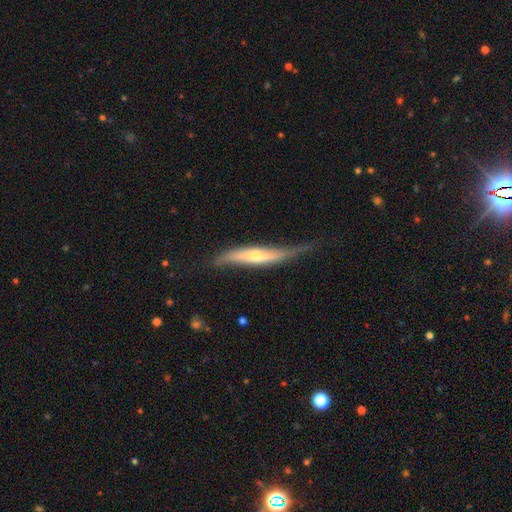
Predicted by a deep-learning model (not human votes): Smooth or featured? Predicted: featured or disk (p=0.68). Edge-on disk? Predicted: yes (p=0.73). Merging? Predicted: none (p=0.48).